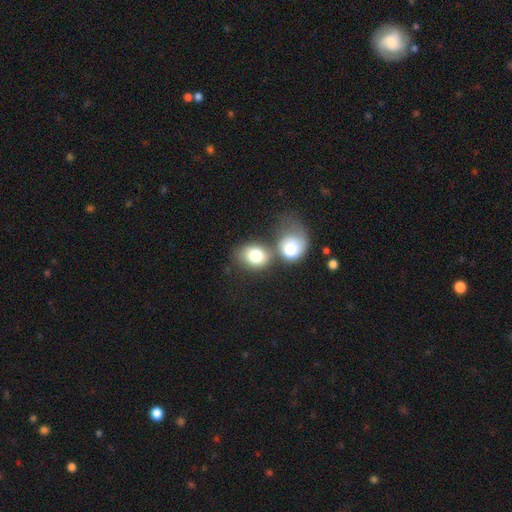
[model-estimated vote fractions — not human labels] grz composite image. It shows a smooth galaxy with no disk features (78%) that is round (51%). Merging: merger (49%).